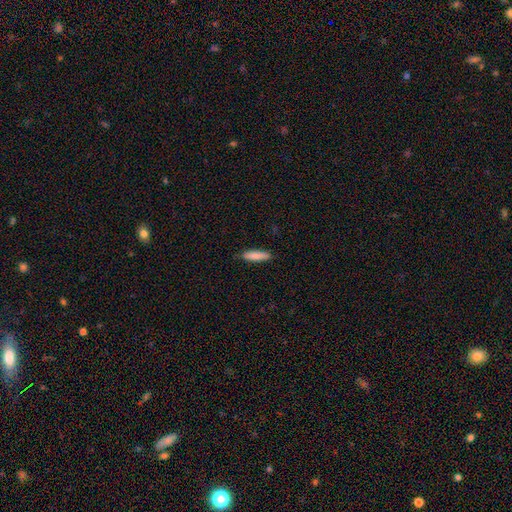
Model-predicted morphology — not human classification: This is clearly a smooth galaxy (85%). How rounded: likely cigar-shaped (74%). Merging: clearly none (85%).